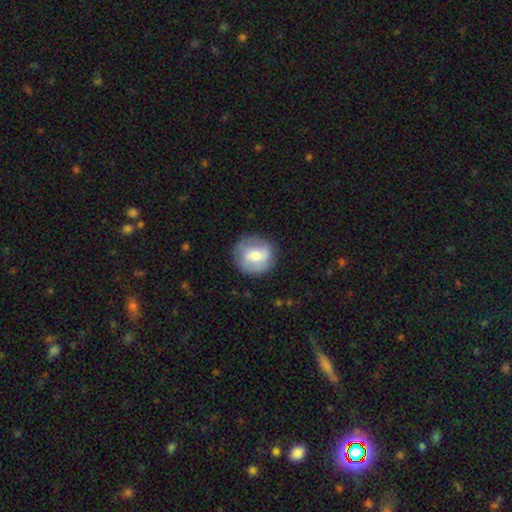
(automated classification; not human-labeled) Morphology: type=smooth (55%); roundness=round (90%); merging=none (83%).